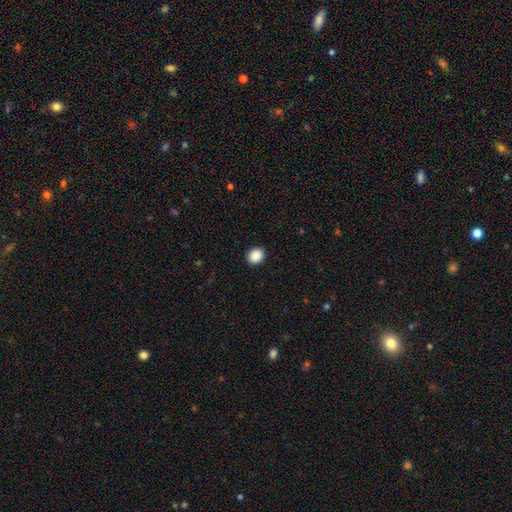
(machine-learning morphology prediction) A smooth galaxy with no disk features (90%) that is round (64%).

Vote fractions:
- Smooth or featured? smooth: 90% / star or artifact: 8% / featured or disk: 2%
- How rounded? round: 64% / in between: 35% / cigar-shaped: 1%
- Merging? none: 92% / minor disturbance: 5% / major disturbance: 2% / merger: 1%